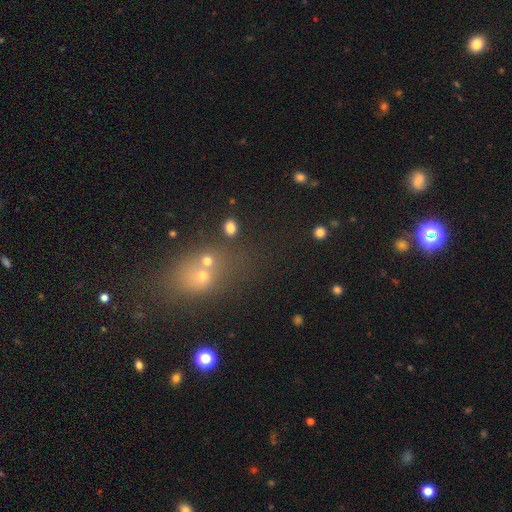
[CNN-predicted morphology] smooth_or_featured: smooth (p=0.44) [alt: star or artifact p=0.42]
merging: none (p=0.59) [alt: merger p=0.23]